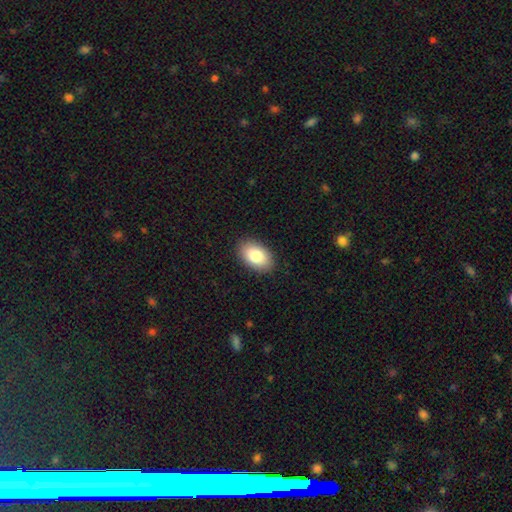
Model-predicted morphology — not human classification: A smooth galaxy with no disk features (83%) that is in between round and cigar-shaped (92%). Merging: none (89%).